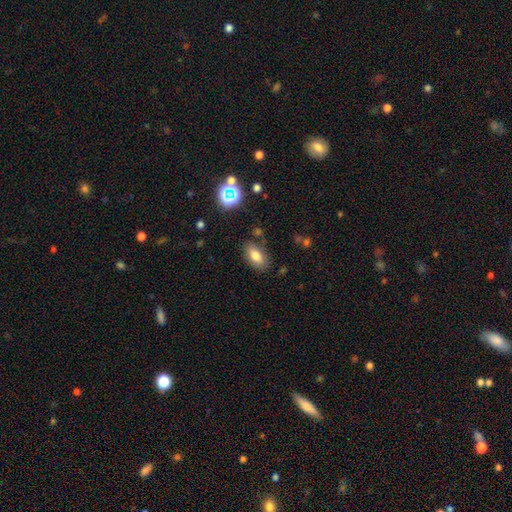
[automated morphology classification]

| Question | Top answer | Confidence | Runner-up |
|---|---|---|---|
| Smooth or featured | smooth | 77% | featured or disk (13%) |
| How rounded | in between | 89% | round (6%) |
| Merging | none | 78% | minor disturbance (14%) |